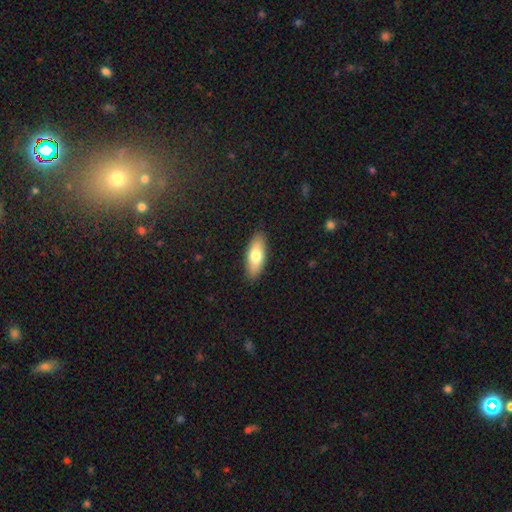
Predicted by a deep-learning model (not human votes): smooth 72%, featured or disk 22%, star or artifact 6%. Down the decision tree: how rounded — in between (74%); merging — none (89%).